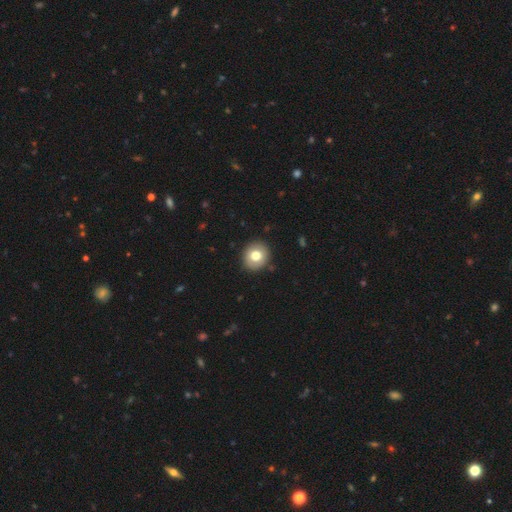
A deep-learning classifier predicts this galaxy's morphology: This appears to be a smooth galaxy with no disk features (75%) that is round (83%). Merging: none (90%).